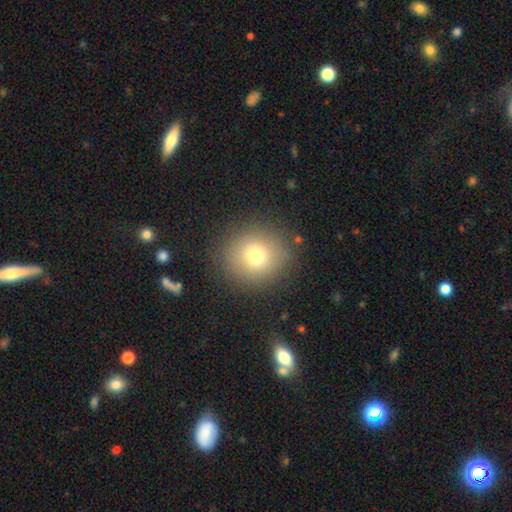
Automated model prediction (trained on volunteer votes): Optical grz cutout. It shows a smooth galaxy with no disk features (72%) that is round (90%). Merging: none (87%).